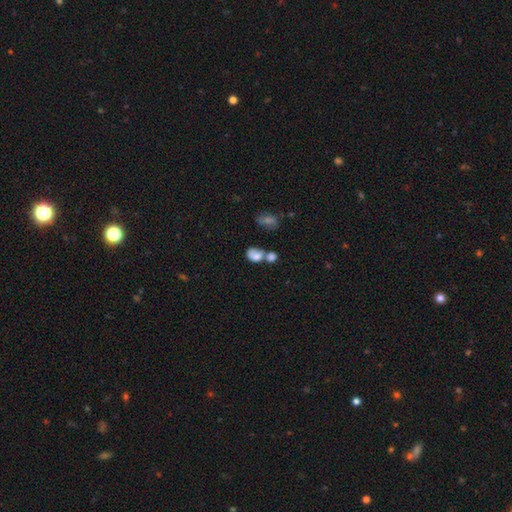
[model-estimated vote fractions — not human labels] A smooth galaxy with no disk features (73%) that is in between round and cigar-shaped (65%). Merging: merger (52%).